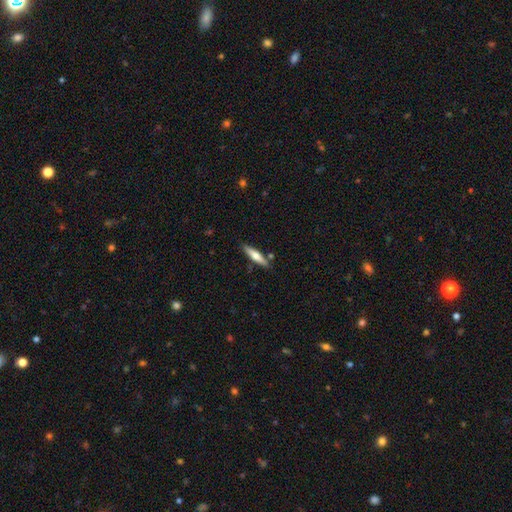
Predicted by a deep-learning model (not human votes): smooth 54%, featured or disk 41%, star or artifact 5%. Down the decision tree: how rounded — cigar-shaped (84%); merging — none (83%).